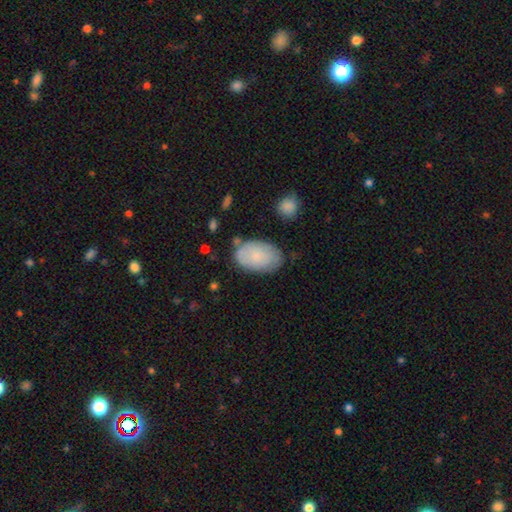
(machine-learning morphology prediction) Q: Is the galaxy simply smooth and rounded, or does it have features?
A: smooth — 79%.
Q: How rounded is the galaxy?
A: in between — 93%.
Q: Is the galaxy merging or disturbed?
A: none — 72%.